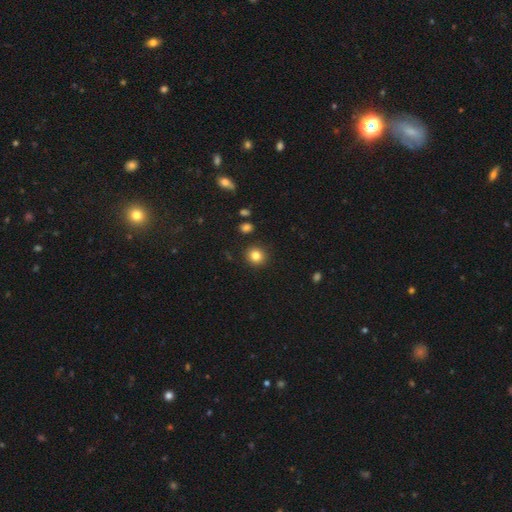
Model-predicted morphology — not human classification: Smooth or featured? smooth (83%)
How rounded? round (89%)
Merging? none (90%)